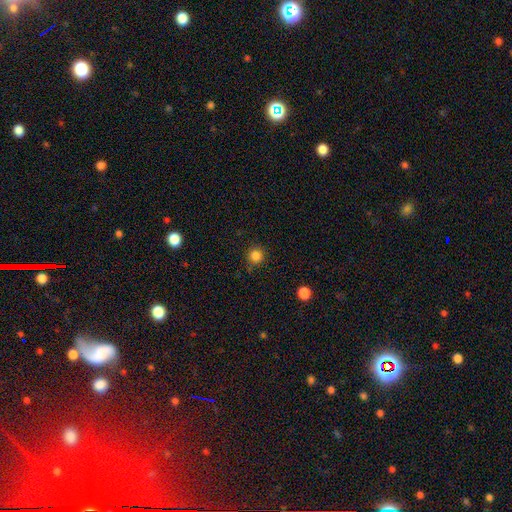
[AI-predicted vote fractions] Overall: smooth (84%). How rounded: round (94%). Merging: none (86%).